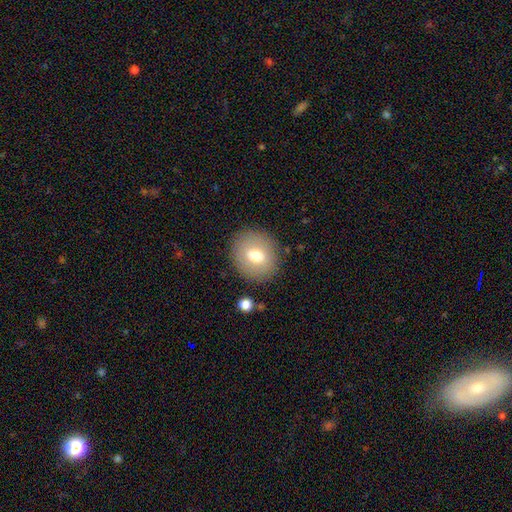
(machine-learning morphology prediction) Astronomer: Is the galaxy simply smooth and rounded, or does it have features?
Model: smooth — 70%.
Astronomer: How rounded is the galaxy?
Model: round — 78%.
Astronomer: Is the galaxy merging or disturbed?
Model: none — 86%.